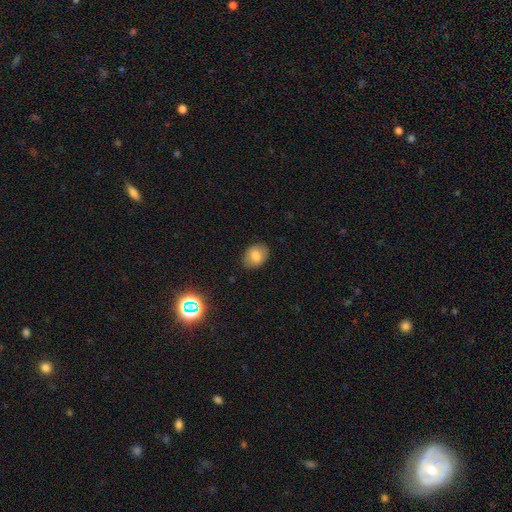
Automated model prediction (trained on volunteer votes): This appears to be a smooth galaxy with no disk features (77%) that is in between round and cigar-shaped (61%). Merging: none (82%).